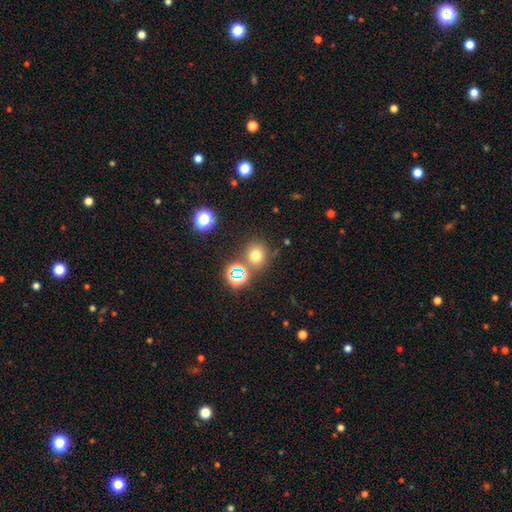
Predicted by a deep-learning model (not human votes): Overall: smooth (68%). How rounded: round (82%). Merging: none (74%).